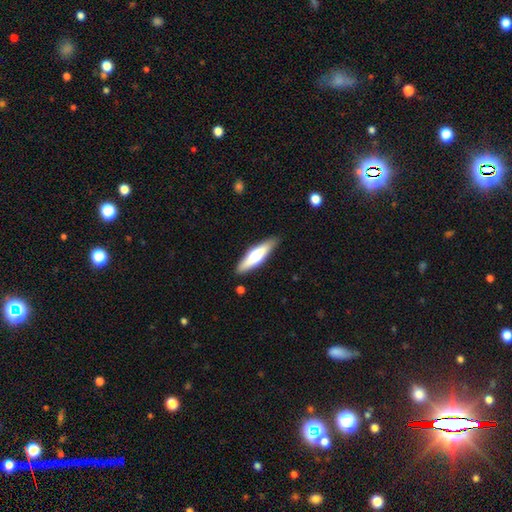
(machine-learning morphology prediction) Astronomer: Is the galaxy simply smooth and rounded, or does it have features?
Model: featured or disk — 49% (runner-up: smooth, 46%).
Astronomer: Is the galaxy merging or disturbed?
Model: none — 87%.